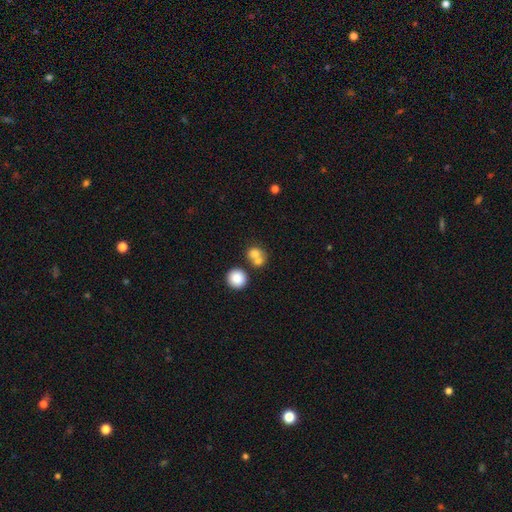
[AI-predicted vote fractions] Smooth or featured?
  - smooth: 76% *
  - featured or disk: 13%
  - star or artifact: 11%
How rounded?
  - round: 80% *
  - in between: 19%
  - cigar-shaped: 1%
Merging?
  - merger: 50% *
  - none: 40%
  - minor disturbance: 7%
  - major disturbance: 3%